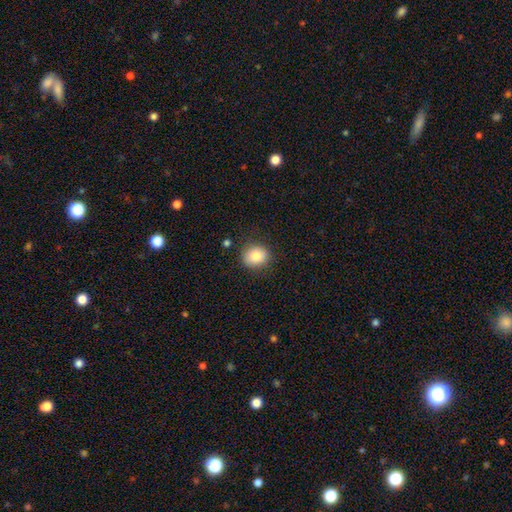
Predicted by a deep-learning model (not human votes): Overall: smooth (84%). How rounded: round (72%). Merging: none (86%).